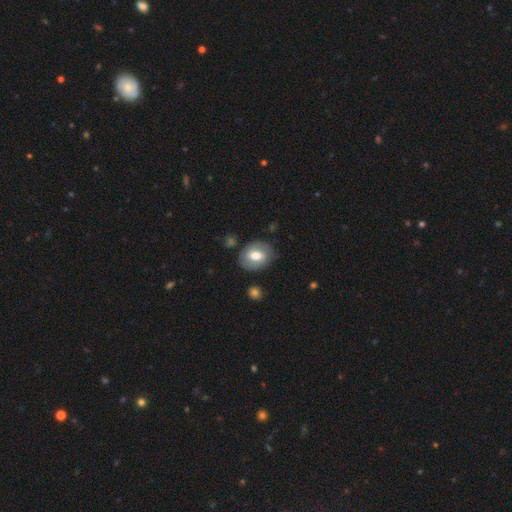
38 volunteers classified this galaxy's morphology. Smooth or featured? 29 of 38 (76%) said smooth. How rounded? 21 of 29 (72%) said round. Merging? 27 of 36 (75%) said none.